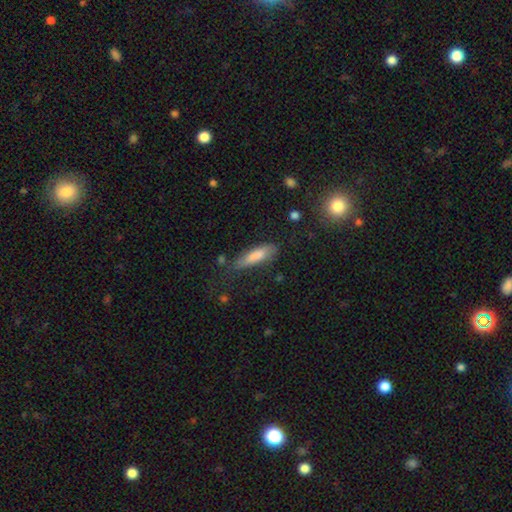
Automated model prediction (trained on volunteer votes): Smooth or featured? smooth (64%)
How rounded? cigar-shaped (71%)
Merging? none (64%)